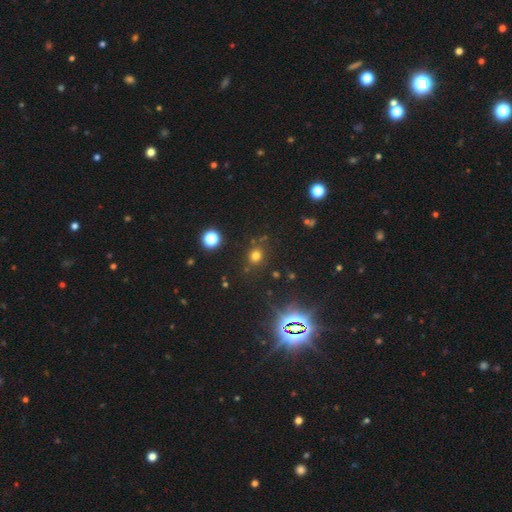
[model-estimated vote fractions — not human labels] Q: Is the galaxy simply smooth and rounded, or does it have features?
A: smooth — 68%.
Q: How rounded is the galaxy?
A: round — 79%.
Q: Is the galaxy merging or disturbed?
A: none — 80%.